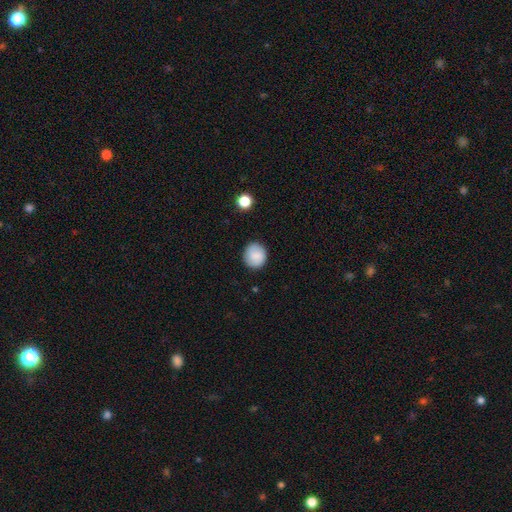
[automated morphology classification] A smooth galaxy with no disk features (86%) that is round (85%). Merging: none (89%).